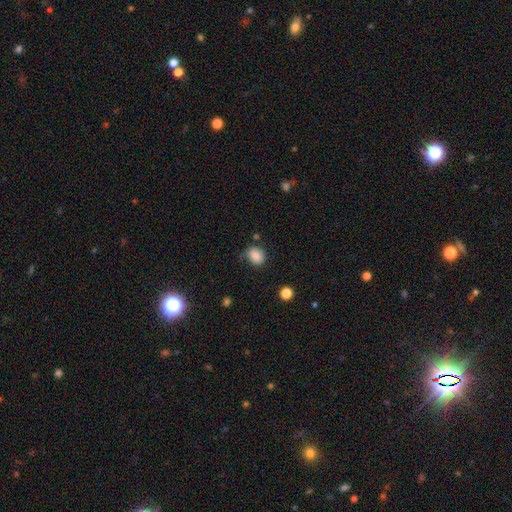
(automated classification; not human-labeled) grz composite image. It shows a smooth galaxy with no disk features (84%) that is round (52%). Merging: none (61%).